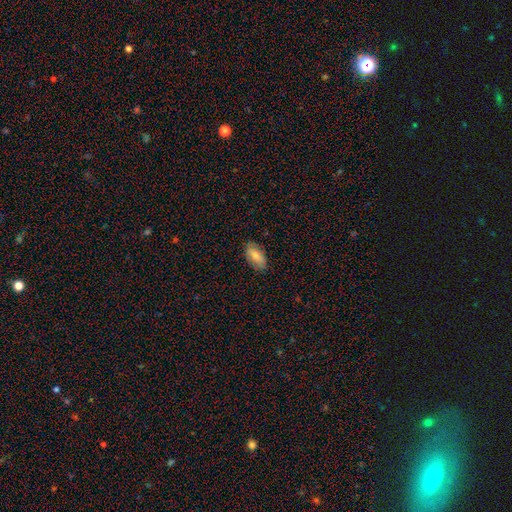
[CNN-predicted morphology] type=smooth (76%); roundness=in between (92%); merging=none (84%).